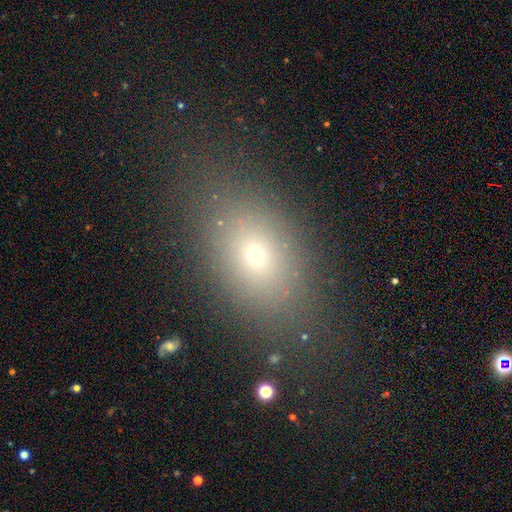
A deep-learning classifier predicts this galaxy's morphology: Smooth or featured?
  - smooth: 66% *
  - star or artifact: 19%
  - featured or disk: 15%
How rounded?
  - in between: 77% *
  - round: 20%
  - cigar-shaped: 3%
Merging?
  - none: 77% *
  - minor disturbance: 13%
  - major disturbance: 7%
  - merger: 3%